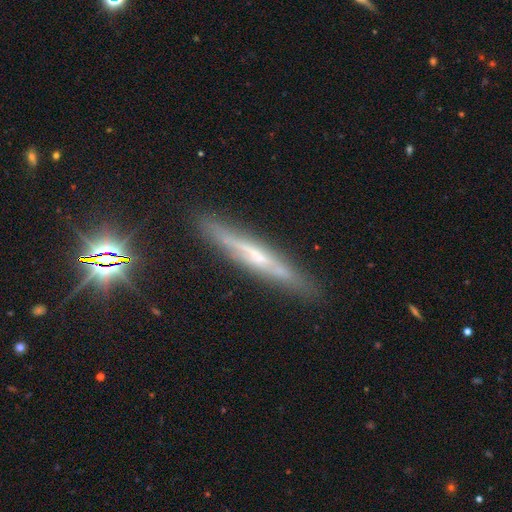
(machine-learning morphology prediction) type=featured or disk (66%); edge-on=yes (92%); edge-on bulge=none (47%); merging=none (85%).